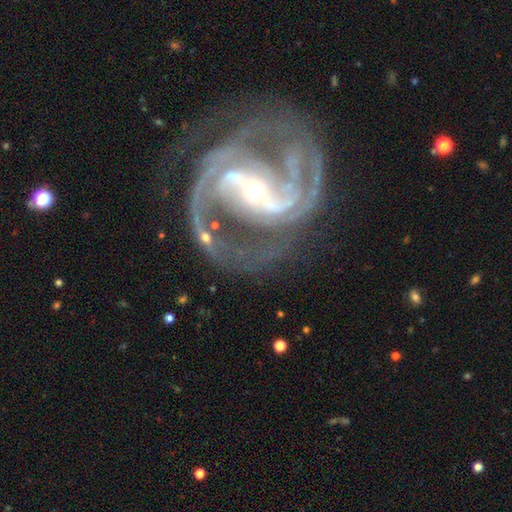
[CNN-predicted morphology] Q: Smooth or featured?
A: featured or disk (92%); runner-up: star or artifact (5%)
Q: Edge-on disk?
A: no (97%); runner-up: yes (3%)
Q: Bar?
A: strong (62%); runner-up: weak (26%)
Q: Spiral arms?
A: yes (98%); runner-up: no (2%)
Q: Spiral winding?
A: medium (56%); runner-up: tight (29%)
Q: Spiral arm count?
A: 2 (73%); runner-up: 3 (11%)
Q: Bulge size?
A: small (63%); runner-up: moderate (32%)
Q: Merging?
A: none (64%); runner-up: major disturbance (16%)